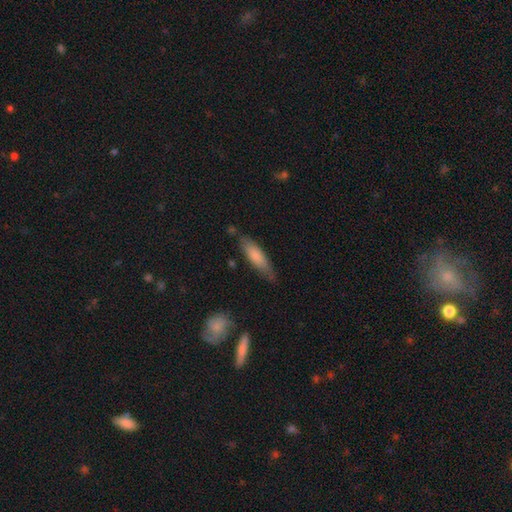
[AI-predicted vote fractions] smooth-or-featured: smooth: 75% | featured or disk: 19% | star or artifact: 5%
  how-rounded: cigar-shaped: 66% | in between: 33% | round: 1%
  merging: none: 72% | minor disturbance: 21% | major disturbance: 4% | merger: 3%